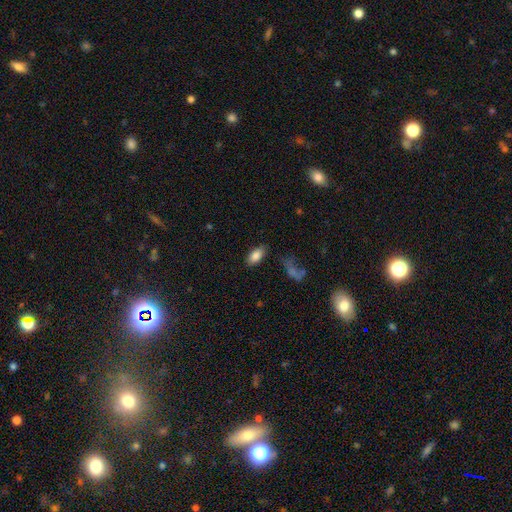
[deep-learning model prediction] Smooth or featured? smooth (84%)
How rounded? in between (92%)
Merging? none (81%)